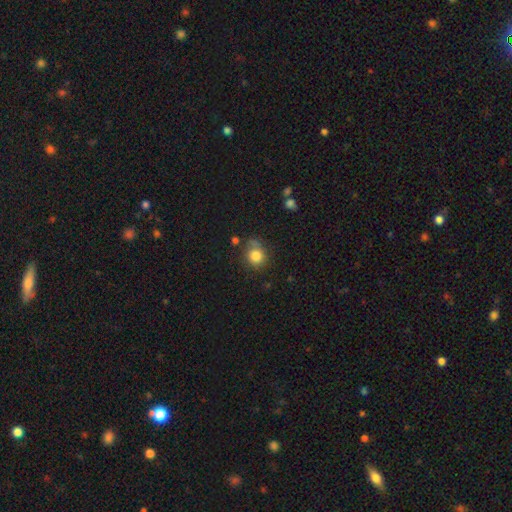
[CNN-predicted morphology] smooth-or-featured: smooth: 80% | featured or disk: 10% | star or artifact: 10%
  how-rounded: round: 78% | in between: 21% | cigar-shaped: 1%
  merging: none: 58% | minor disturbance: 25% | major disturbance: 10% | merger: 7%